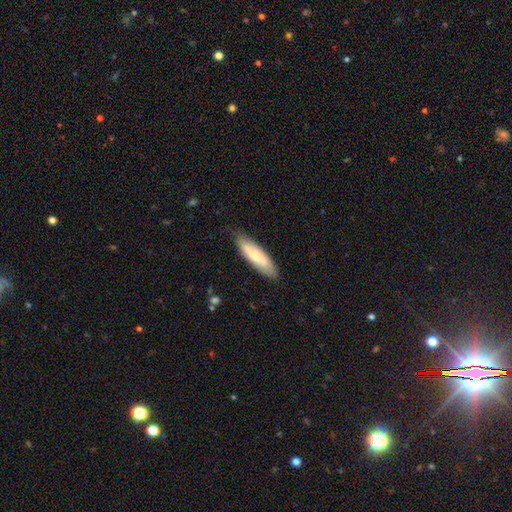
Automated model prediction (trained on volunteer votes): smooth 68%, featured or disk 27%, star or artifact 5%. Down the decision tree: how rounded — cigar-shaped (58%); merging — none (80%).